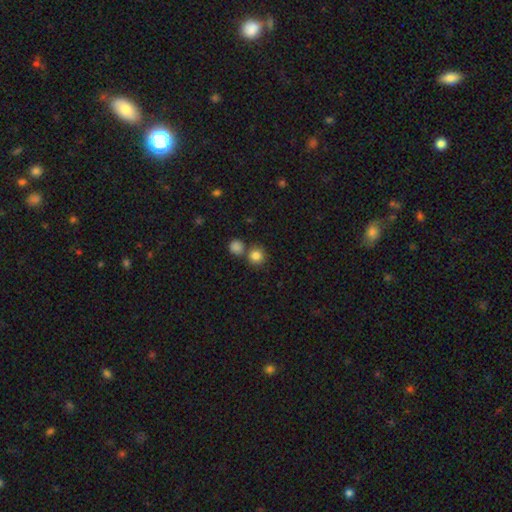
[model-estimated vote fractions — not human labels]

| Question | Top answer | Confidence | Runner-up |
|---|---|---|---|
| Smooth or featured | smooth | 84% | star or artifact (11%) |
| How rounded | round | 91% | in between (8%) |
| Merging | none | 68% | merger (22%) |